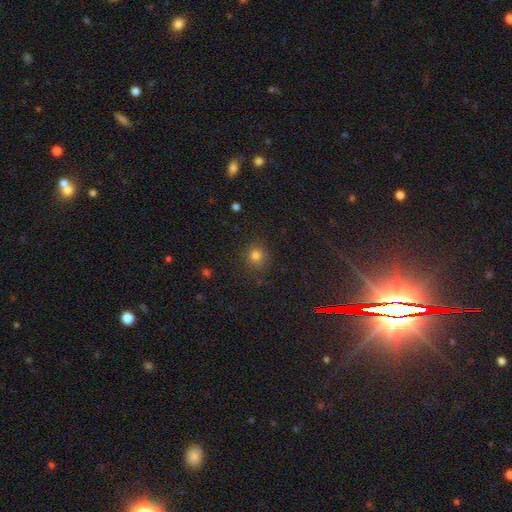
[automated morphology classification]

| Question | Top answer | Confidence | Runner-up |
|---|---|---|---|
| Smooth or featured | smooth | 77% | star or artifact (17%) |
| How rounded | round | 87% | in between (12%) |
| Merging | none | 84% | minor disturbance (11%) |